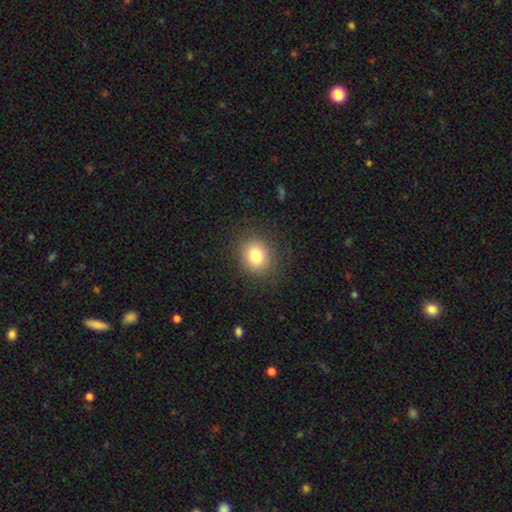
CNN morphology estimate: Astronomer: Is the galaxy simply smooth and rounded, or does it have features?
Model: smooth — 81%.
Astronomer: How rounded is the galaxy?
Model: round — 73%.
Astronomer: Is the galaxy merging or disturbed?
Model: none — 87%.